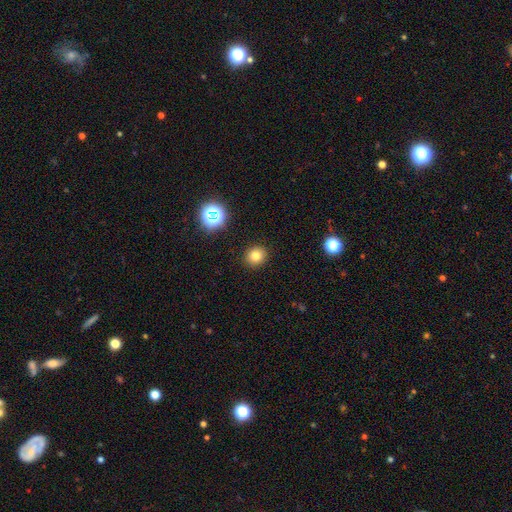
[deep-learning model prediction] Smooth or featured?
  - smooth: 77% *
  - star or artifact: 16%
  - featured or disk: 7%
How rounded?
  - round: 81% *
  - in between: 18%
  - cigar-shaped: 1%
Merging?
  - none: 91% *
  - minor disturbance: 6%
  - major disturbance: 2%
  - merger: 1%